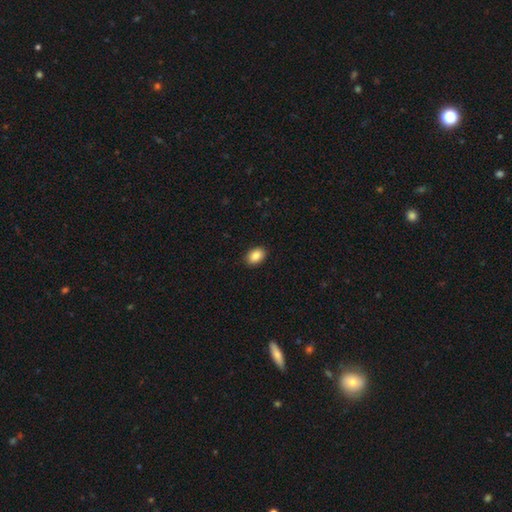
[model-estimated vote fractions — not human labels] Smooth or featured: smooth — 87% (star or artifact — 8%)
How rounded: in between — 81% (round — 18%)
Merging: none — 91% (minor disturbance — 7%)